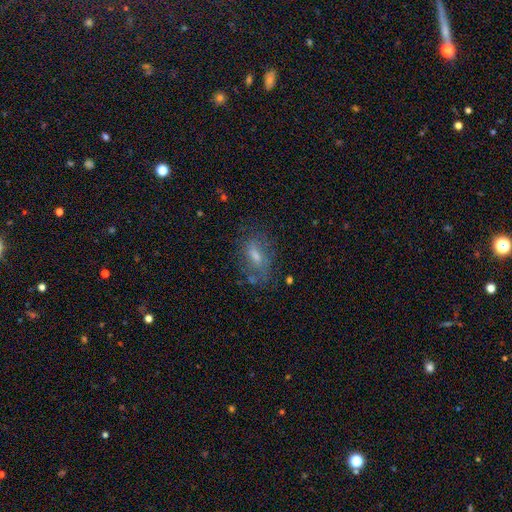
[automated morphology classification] Q: Smooth or featured?
A: smooth (43%); runner-up: featured or disk (42%)
Q: Merging?
A: none (65%); runner-up: minor disturbance (20%)